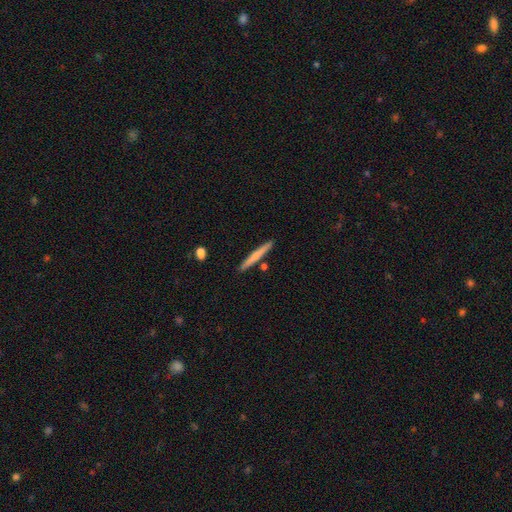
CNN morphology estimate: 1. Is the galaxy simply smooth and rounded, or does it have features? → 62% smooth, 33% featured or disk, 5% star or artifact.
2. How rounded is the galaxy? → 96% cigar-shaped, 2% in between, 1% round.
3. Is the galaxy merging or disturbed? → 87% none, 8% minor disturbance, 4% merger, 2% major disturbance.